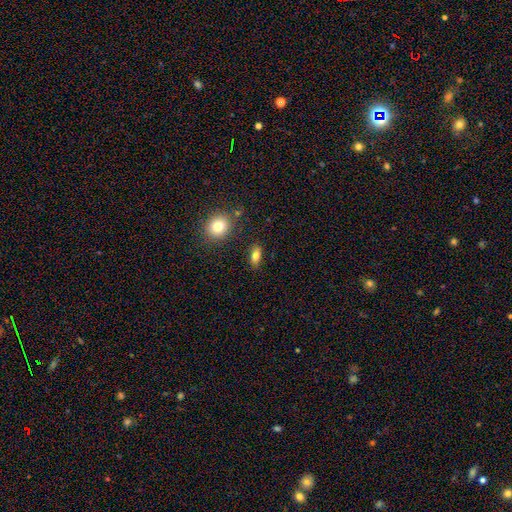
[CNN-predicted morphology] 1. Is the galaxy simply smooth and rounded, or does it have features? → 79% smooth, 11% featured or disk, 9% star or artifact.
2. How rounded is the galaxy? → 83% in between, 9% cigar-shaped, 8% round.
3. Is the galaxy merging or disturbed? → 84% none, 10% minor disturbance, 3% major disturbance, 3% merger.